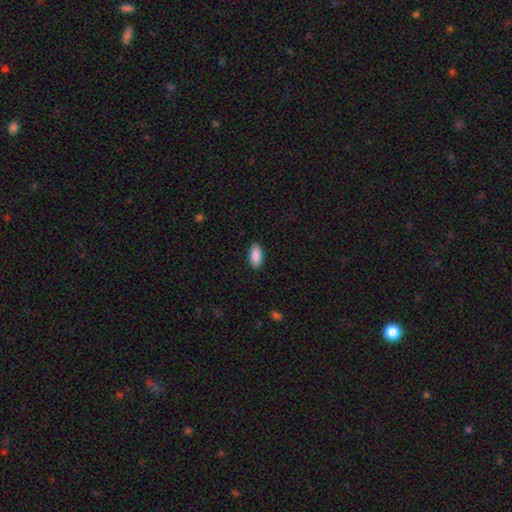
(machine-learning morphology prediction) smooth-or-featured: smooth: 89% | star or artifact: 6% | featured or disk: 5%
  how-rounded: in between: 92% | cigar-shaped: 6% | round: 2%
  merging: none: 89% | minor disturbance: 8% | major disturbance: 2% | merger: 1%